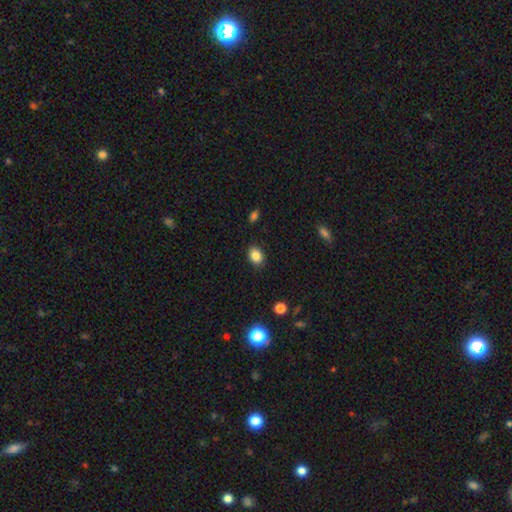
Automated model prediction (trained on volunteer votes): The model was most divided on "how rounded": in between: 62%, round: 37%, cigar-shaped: 1%. More confident: merging — none (88%); smooth or featured — smooth (86%).